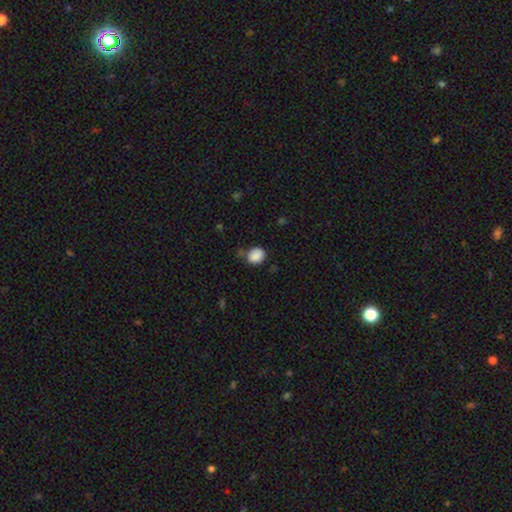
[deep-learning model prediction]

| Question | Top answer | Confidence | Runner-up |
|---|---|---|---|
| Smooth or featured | smooth | 87% | star or artifact (9%) |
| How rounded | round | 66% | in between (33%) |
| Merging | none | 63% | minor disturbance (25%) |